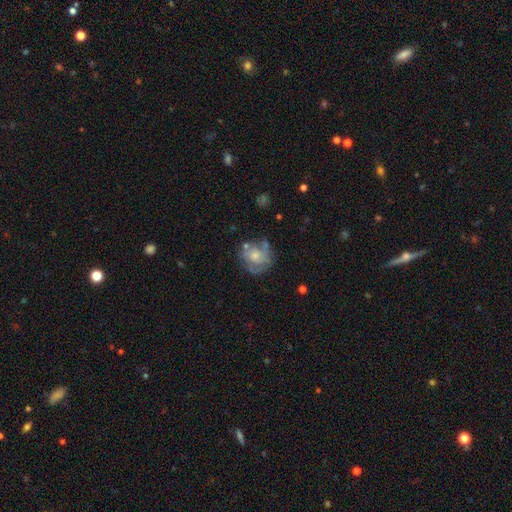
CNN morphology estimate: smooth_or_featured: featured or disk (p=0.59) [alt: smooth p=0.33]
disk_edge_on: no (p=0.98) [alt: yes p=0.02]
bar: no (p=0.80) [alt: weak p=0.17]
has_spiral_arms: yes (p=0.70) [alt: no p=0.30]
bulge_size: small (p=0.47) [alt: moderate p=0.41]
merging: none (p=0.57) [alt: minor disturbance p=0.23]